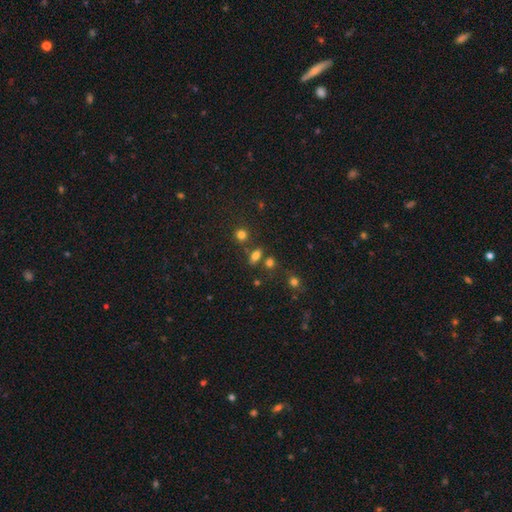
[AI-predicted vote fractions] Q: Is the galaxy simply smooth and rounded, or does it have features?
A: smooth — 74%.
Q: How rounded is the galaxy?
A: in between — 77%.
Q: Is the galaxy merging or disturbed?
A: none — 70%.